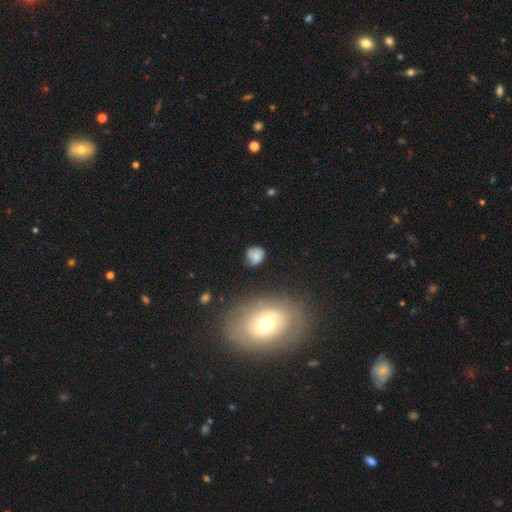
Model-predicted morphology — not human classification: A smooth galaxy with no disk features (67%) that is round (66%). Merging: none (55%).